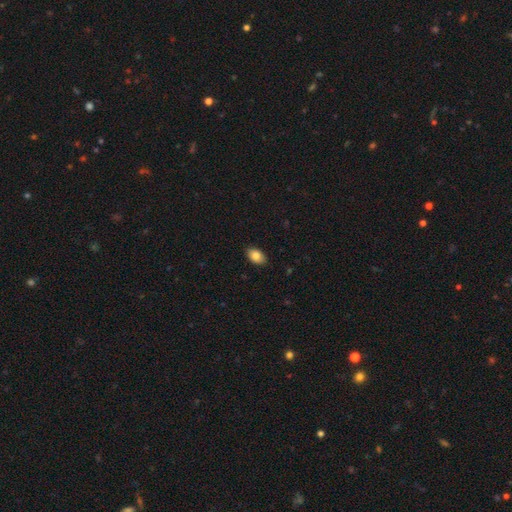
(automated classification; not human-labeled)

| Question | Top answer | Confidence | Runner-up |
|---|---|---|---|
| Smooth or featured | smooth | 86% | star or artifact (8%) |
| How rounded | in between | 90% | round (8%) |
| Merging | none | 88% | minor disturbance (9%) |